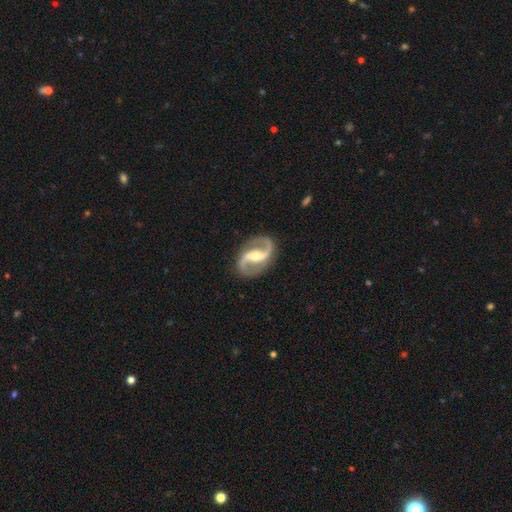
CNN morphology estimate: smooth_or_featured: featured or disk (p=0.93) [alt: smooth p=0.04]
disk_edge_on: no (p=0.98) [alt: yes p=0.02]
bar: strong (p=0.42) [alt: weak p=0.36]
has_spiral_arms: yes (p=0.98) [alt: no p=0.02]
spiral_winding: medium (p=0.50) [alt: loose p=0.38]
spiral_arm_count: 2 (p=0.95) [alt: can't tell p=0.01]
bulge_size: moderate (p=0.56) [alt: small p=0.39]
merging: none (p=0.87) [alt: minor disturbance p=0.09]